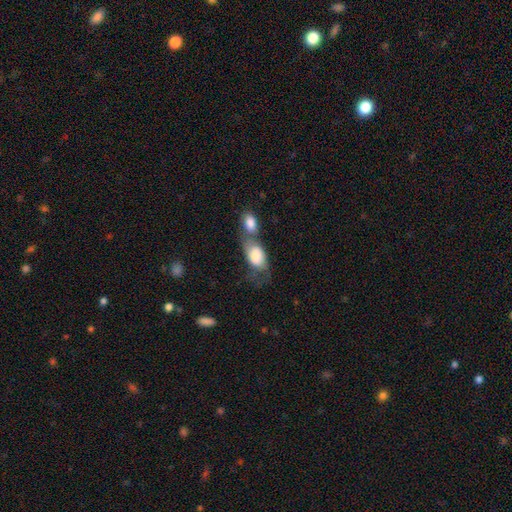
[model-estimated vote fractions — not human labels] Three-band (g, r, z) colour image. It shows a smooth galaxy with no disk features (74%) that is in between round and cigar-shaped (89%). Merging: merger (62%).